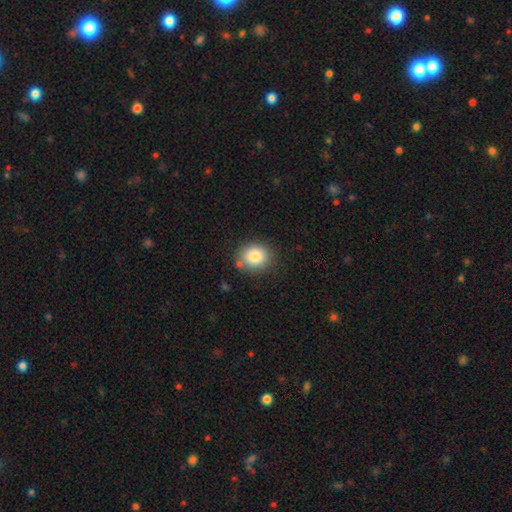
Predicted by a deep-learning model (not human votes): A smooth galaxy with no disk features (83%) that is round (80%). Merging: none (82%).